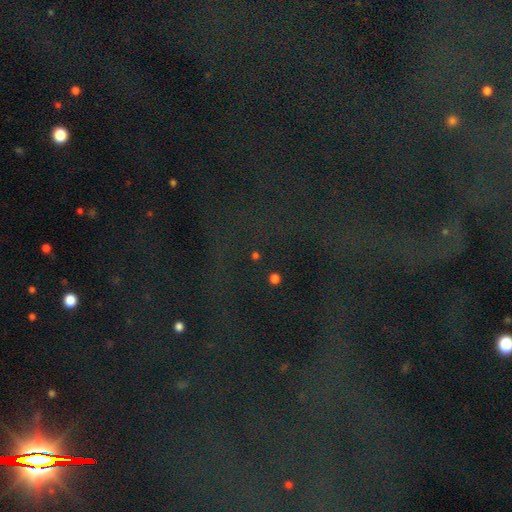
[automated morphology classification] Q: Smooth or featured?
A: star or artifact (80%); runner-up: smooth (10%)